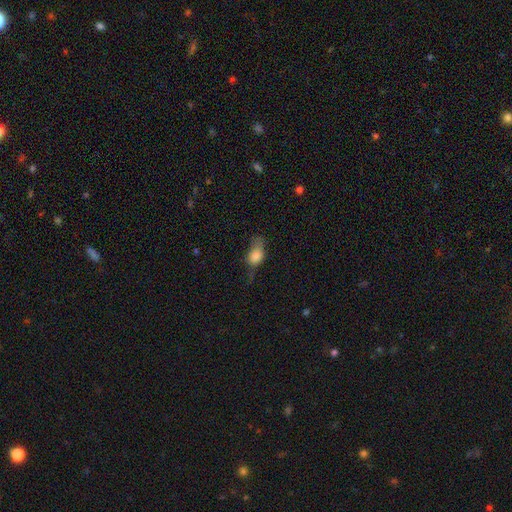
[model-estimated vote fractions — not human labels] smooth-or-featured: smooth: 78% | featured or disk: 13% | star or artifact: 9%
  how-rounded: in between: 78% | round: 17% | cigar-shaped: 5%
  merging: minor disturbance: 35% | none: 31% | major disturbance: 31% | merger: 3%